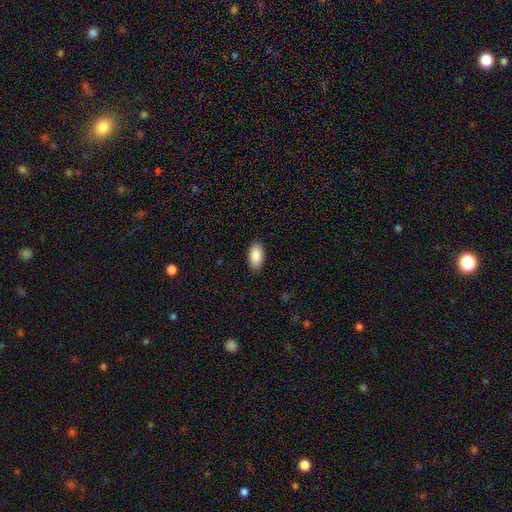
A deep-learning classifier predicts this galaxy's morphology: A smooth galaxy with no disk features (88%) that is in between round and cigar-shaped (95%). Merging: none (89%).